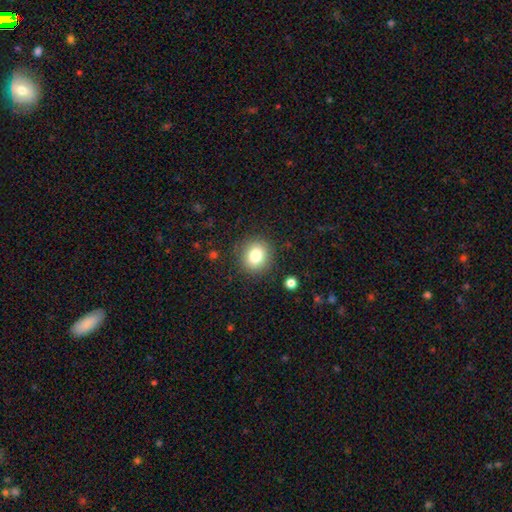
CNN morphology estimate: type=smooth (80%); roundness=round (83%); merging=none (88%).